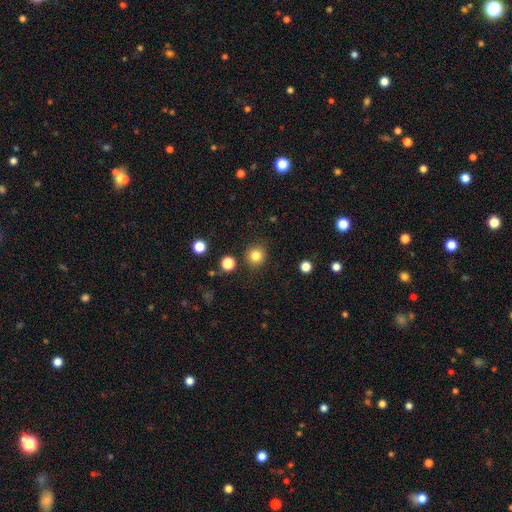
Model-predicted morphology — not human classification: Overall: smooth (83%). How rounded: round (91%). Merging: none (88%).